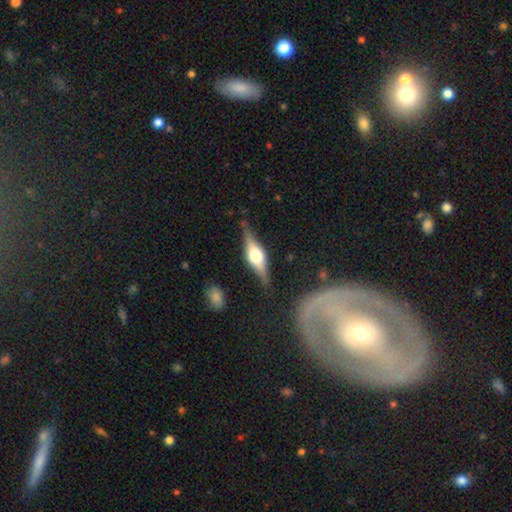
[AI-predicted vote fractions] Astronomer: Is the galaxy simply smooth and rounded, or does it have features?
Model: featured or disk — 70%.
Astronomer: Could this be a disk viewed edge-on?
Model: yes — 95%.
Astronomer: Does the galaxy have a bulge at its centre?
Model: rounded — 90%.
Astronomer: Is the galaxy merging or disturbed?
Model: none — 82%.